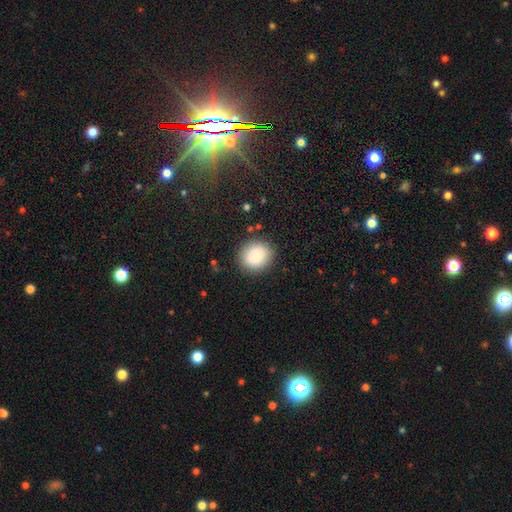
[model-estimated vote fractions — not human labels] smooth 86%, star or artifact 8%, featured or disk 6%. Down the decision tree: how rounded — round (85%); merging — none (87%).